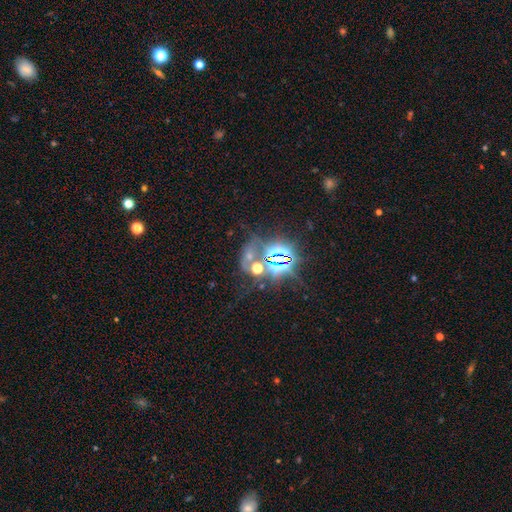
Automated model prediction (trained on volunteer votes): A star or artifact, not a galaxy (79%).